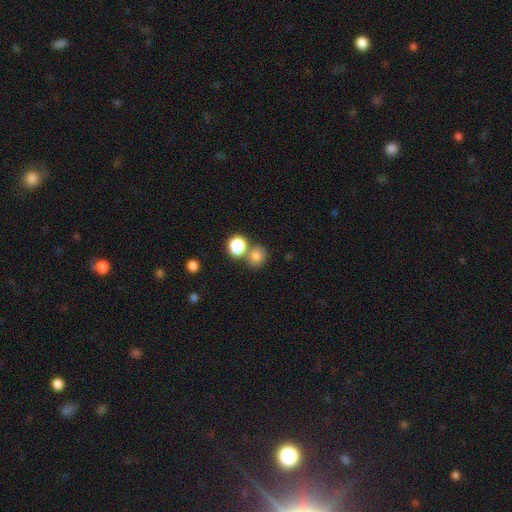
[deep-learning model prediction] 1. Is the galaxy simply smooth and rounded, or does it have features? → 77% smooth, 14% star or artifact, 9% featured or disk.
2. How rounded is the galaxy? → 78% round, 21% in between, 1% cigar-shaped.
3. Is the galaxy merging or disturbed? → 59% none, 28% merger, 9% minor disturbance, 4% major disturbance.